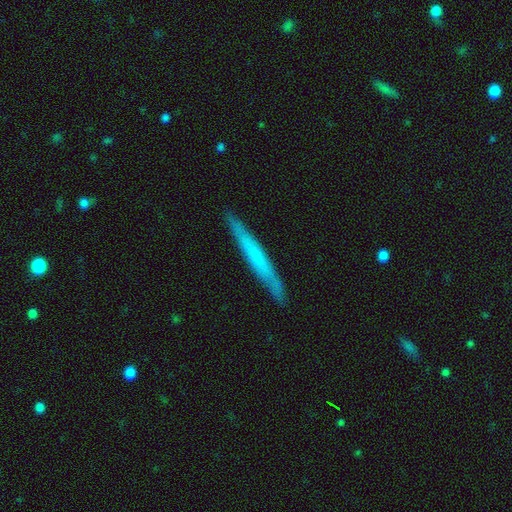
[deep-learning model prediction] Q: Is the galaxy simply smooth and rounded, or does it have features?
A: smooth — 51%.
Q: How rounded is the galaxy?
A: cigar-shaped — 97%.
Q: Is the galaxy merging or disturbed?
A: none — 90%.